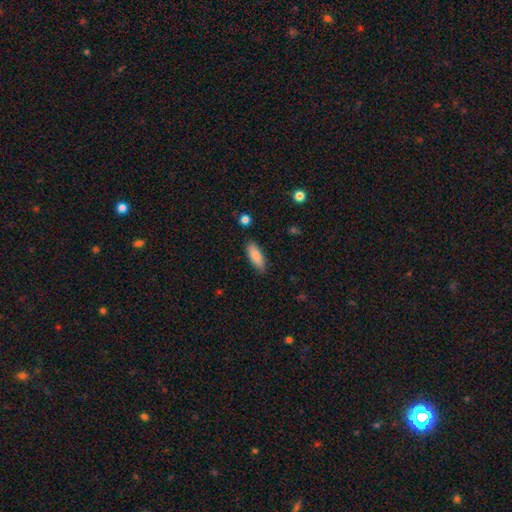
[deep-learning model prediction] Q: Smooth or featured?
A: smooth (84%); runner-up: featured or disk (9%)
Q: How rounded?
A: in between (65%); runner-up: cigar-shaped (34%)
Q: Merging?
A: none (85%); runner-up: minor disturbance (11%)